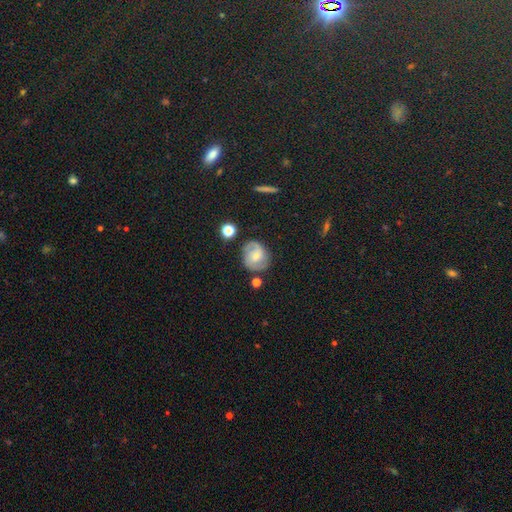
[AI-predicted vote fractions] This appears to be a featured or disk galaxy (62%) with no bar (52%), 2 (76%) medium (45%) spiral arms (88%) and a small central bulge (55%). Merging: none (72%).